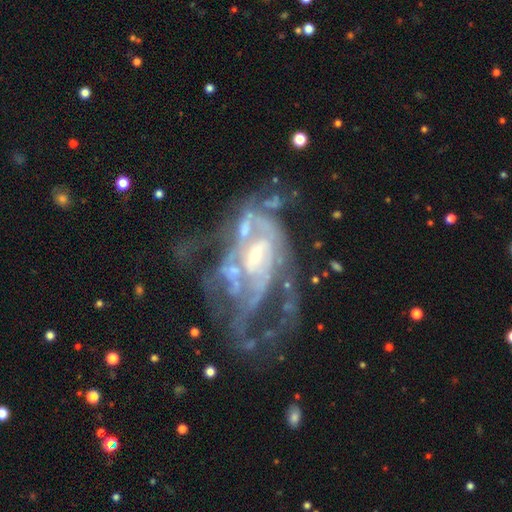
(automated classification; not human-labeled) Smooth or featured? featured or disk (82%)
Edge-on disk? no (96%)
Bar? no (54%)
Spiral arms? yes (67%)
Spiral winding? tight (38%, tied with medium)
Spiral arm count? can't tell (52%)
Bulge size? moderate (39%)
Merging? major disturbance (44%)